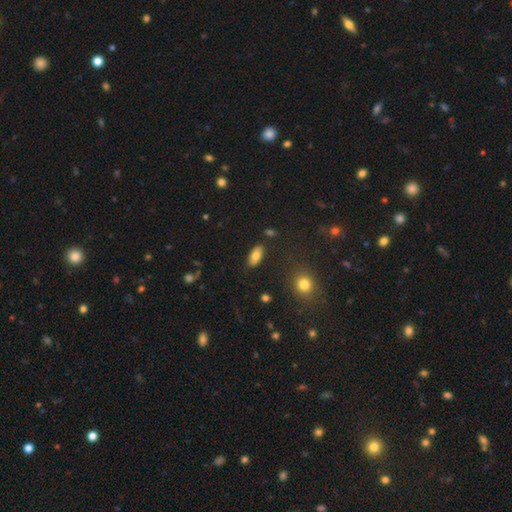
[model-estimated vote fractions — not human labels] Smooth or featured: smooth — 78% (featured or disk — 13%)
How rounded: in between — 90% (cigar-shaped — 7%)
Merging: none — 85% (minor disturbance — 10%)